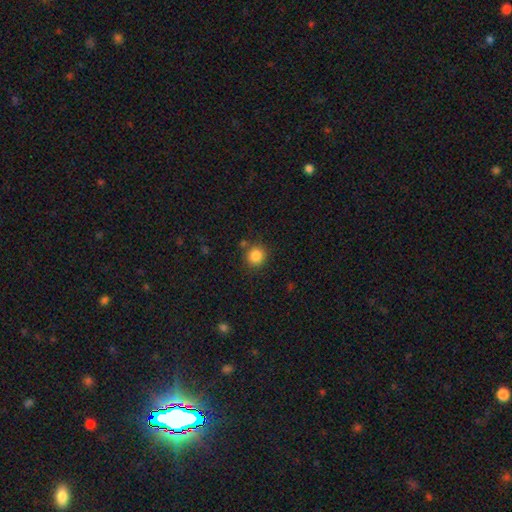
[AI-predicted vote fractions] Morphology: type=smooth (85%); roundness=round (90%); merging=none (82%).